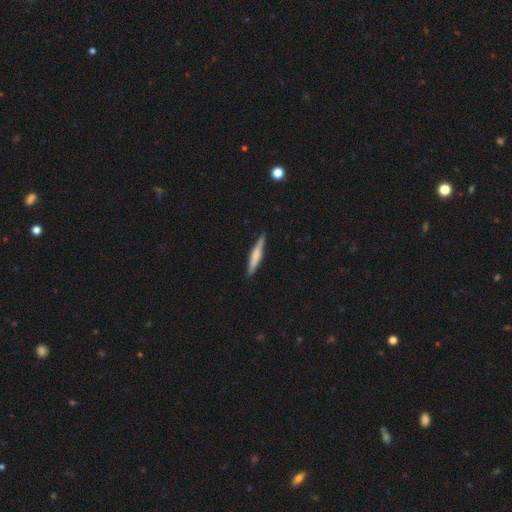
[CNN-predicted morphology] smooth-or-featured: smooth: 51% | featured or disk: 43% | star or artifact: 5%
  how-rounded: cigar-shaped: 93% | in between: 5% | round: 2%
  merging: none: 90% | minor disturbance: 8% | major disturbance: 1% | merger: 1%